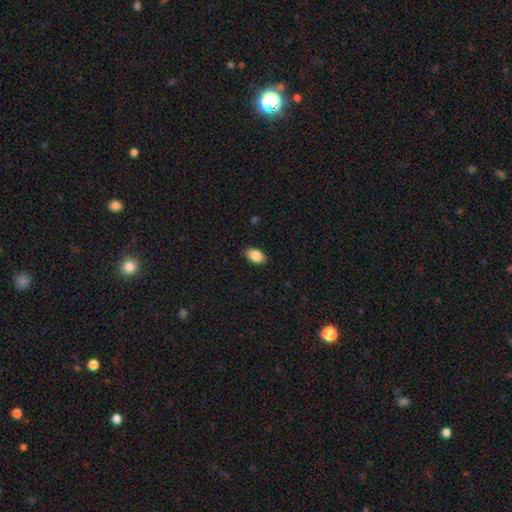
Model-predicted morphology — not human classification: A smooth galaxy with no disk features (87%) that is in between round and cigar-shaped (90%). Merging: none (89%).